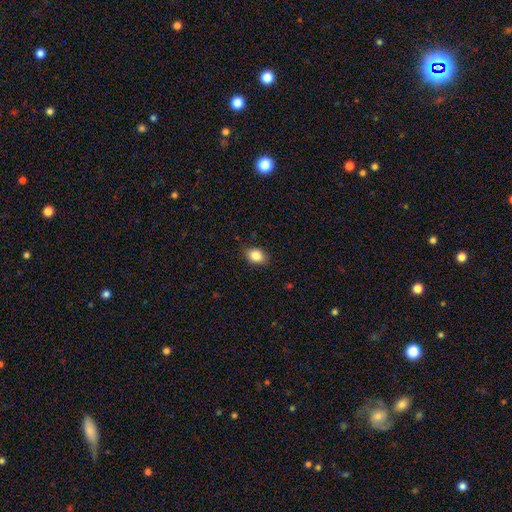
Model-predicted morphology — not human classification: type=smooth (85%); roundness=in between (70%); merging=none (85%).